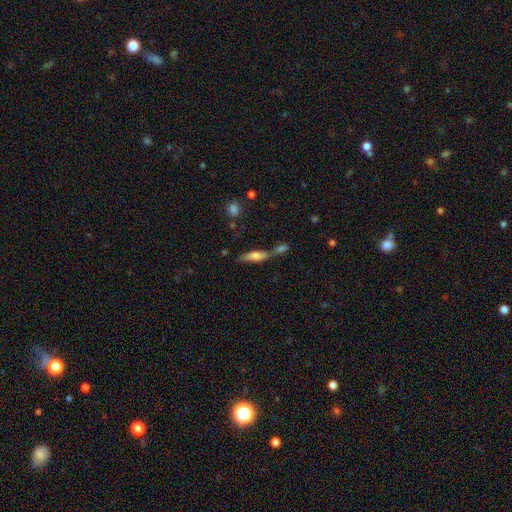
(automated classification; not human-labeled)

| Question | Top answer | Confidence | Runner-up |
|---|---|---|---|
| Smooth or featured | smooth | 57% | featured or disk (35%) |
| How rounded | cigar-shaped | 65% | in between (32%) |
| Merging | none | 44% | merger (39%) |